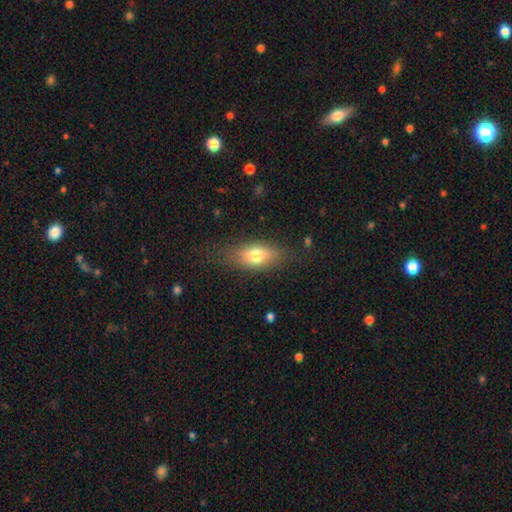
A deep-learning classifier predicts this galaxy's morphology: Smooth or featured? smooth (70%)
How rounded? in between (80%)
Merging? none (74%)